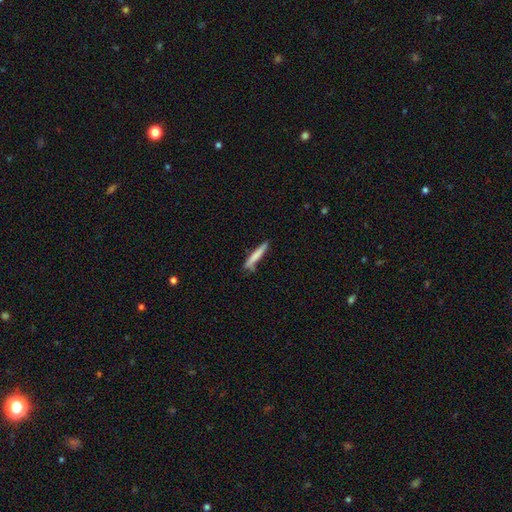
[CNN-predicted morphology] smooth_or_featured: smooth (p=0.75) [alt: featured or disk p=0.19]
how_rounded: cigar-shaped (p=0.93) [alt: in between p=0.05]
merging: none (p=0.72) [alt: minor disturbance p=0.20]